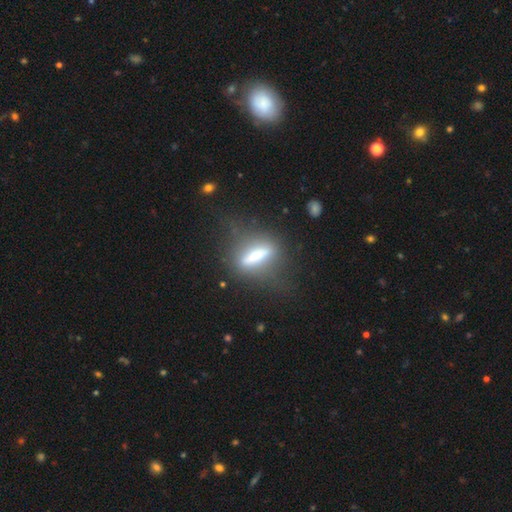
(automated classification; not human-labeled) This is possibly a smooth galaxy (46%). Merging: likely none (67%).